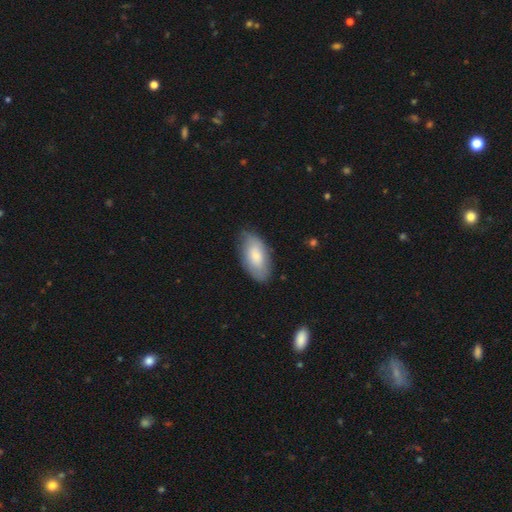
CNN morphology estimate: The model was most divided on "smooth or featured": smooth: 74%, featured or disk: 21%, star or artifact: 6%. More confident: how rounded — in between (94%); merging — none (79%).